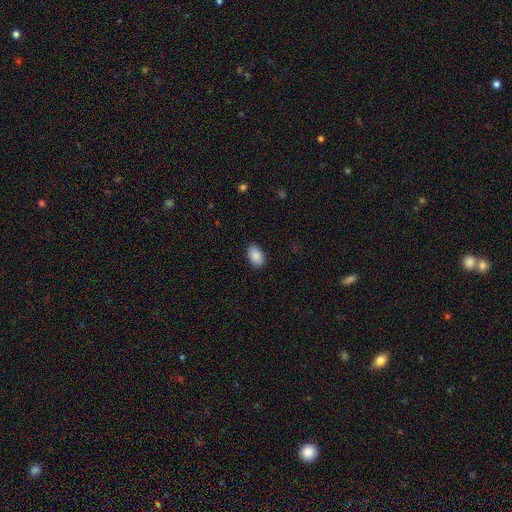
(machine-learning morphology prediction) This appears to be a smooth galaxy with no disk features (90%) that is in between round and cigar-shaped (91%). Merging: none (88%).